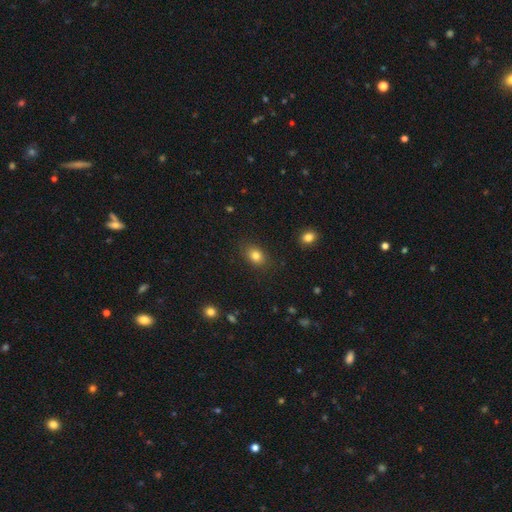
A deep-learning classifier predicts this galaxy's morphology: Overall: smooth (82%). How rounded: in between (68%; round 31%). Merging: none (85%).